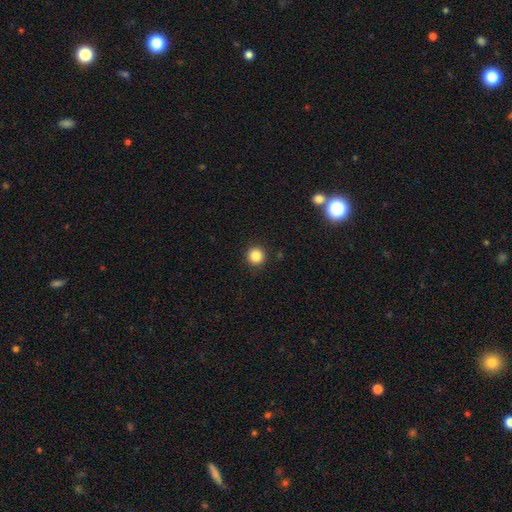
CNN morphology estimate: Smooth or featured?
  - smooth: 85% *
  - star or artifact: 11%
  - featured or disk: 4%
How rounded?
  - round: 95% *
  - in between: 4%
  - cigar-shaped: 1%
Merging?
  - none: 92% *
  - minor disturbance: 5%
  - major disturbance: 2%
  - merger: 1%